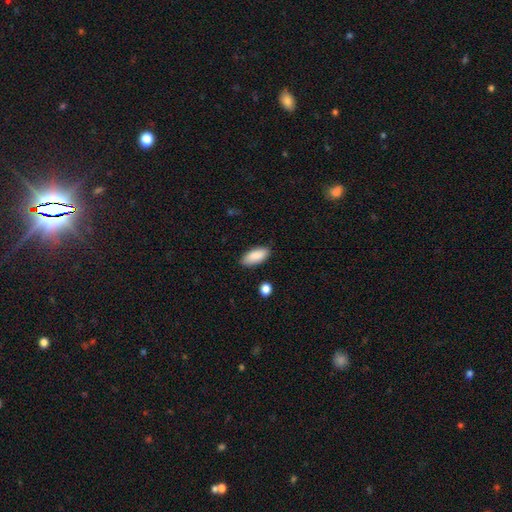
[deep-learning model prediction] Smooth or featured: smooth — 89% (star or artifact — 6%)
How rounded: in between — 86% (cigar-shaped — 12%)
Merging: none — 86% (minor disturbance — 10%)